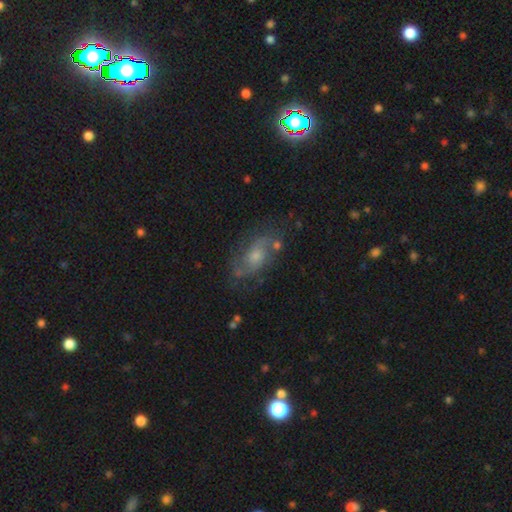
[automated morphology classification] Smooth or featured: featured or disk — 65% (smooth — 24%)
Edge-on disk: no — 93% (yes — 7%)
Bar: no — 69% (weak — 27%)
Spiral arms: yes — 84% (no — 16%)
Spiral winding: medium — 45% (loose — 34%)
Spiral arm count: 2 — 71% (can't tell — 17%)
Bulge size: moderate — 49% (small — 37%)
Merging: none — 66% (minor disturbance — 20%)